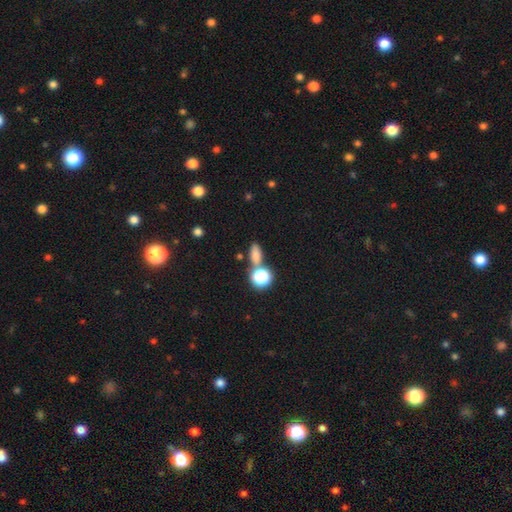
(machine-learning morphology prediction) Smooth or featured? Predicted: smooth (p=0.74). How rounded? Predicted: in between (p=0.70). Merging? Predicted: none (p=0.63).